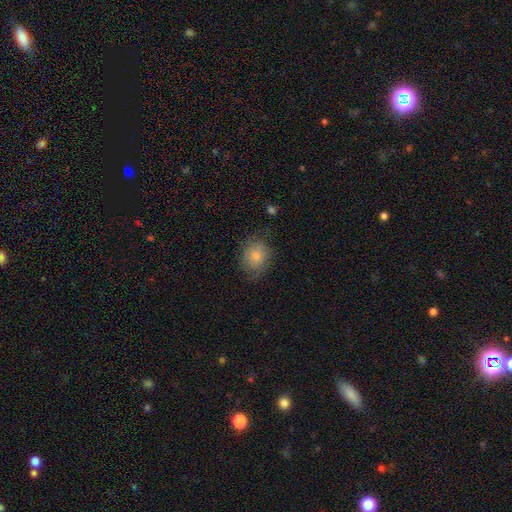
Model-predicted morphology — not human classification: smooth-or-featured: smooth: 70% | featured or disk: 18% | star or artifact: 12%
  how-rounded: round: 62% | in between: 37% | cigar-shaped: 1%
  merging: none: 75% | minor disturbance: 18% | major disturbance: 6% | merger: 1%